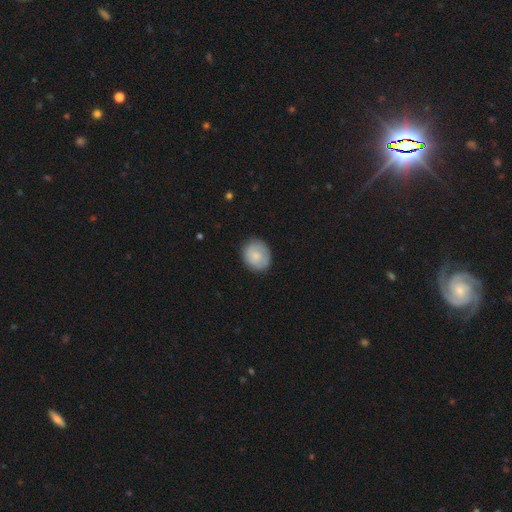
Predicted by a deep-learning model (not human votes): Smooth or featured? smooth (77%)
How rounded? round (65%)
Merging? none (83%)